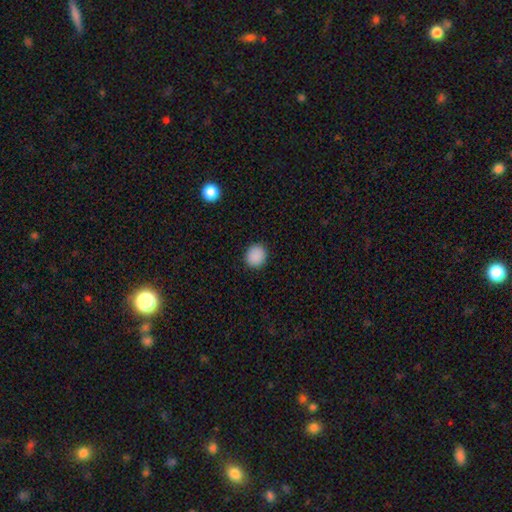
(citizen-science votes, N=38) smooth 92%, star or artifact 8%, featured or disk 0%. Down the decision tree: how rounded — round (74%); merging — none (83%).